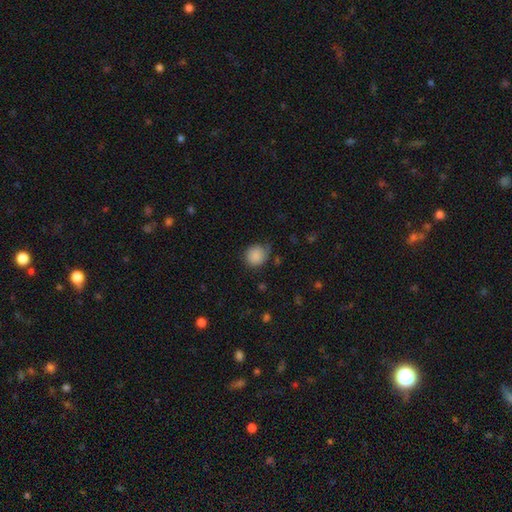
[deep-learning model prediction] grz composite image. It shows a smooth galaxy with no disk features (87%) that is round (83%). Merging: none (71%).